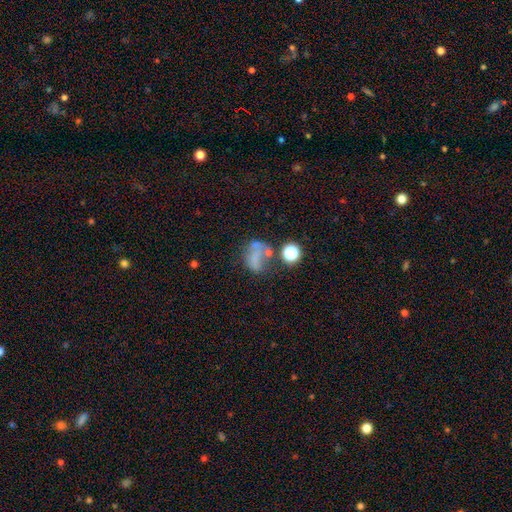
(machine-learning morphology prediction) This is possibly a smooth galaxy (46%). Merging: marginally none (31%).